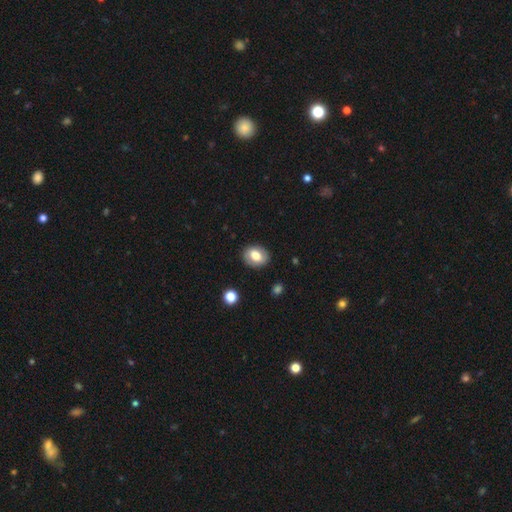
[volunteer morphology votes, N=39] Volunteers were most divided on "how rounded": round: 56%, in between: 44%, cigar-shaped: 0%. More confident: merging — none (86%); smooth or featured — smooth (64%).